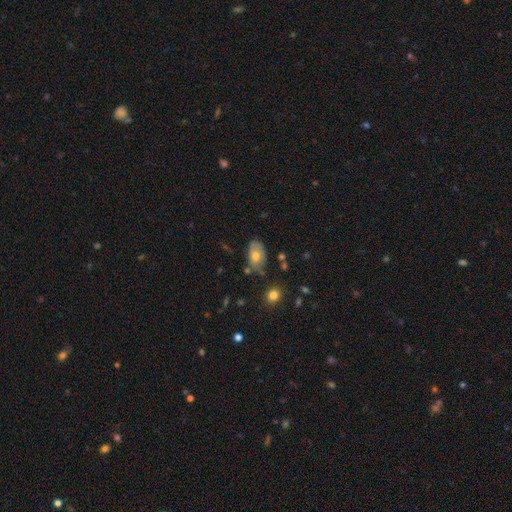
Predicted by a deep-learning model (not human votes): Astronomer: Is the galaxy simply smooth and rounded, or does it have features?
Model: smooth — 65%.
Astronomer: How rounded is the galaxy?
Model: in between — 89%.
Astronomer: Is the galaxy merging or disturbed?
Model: none — 63%.